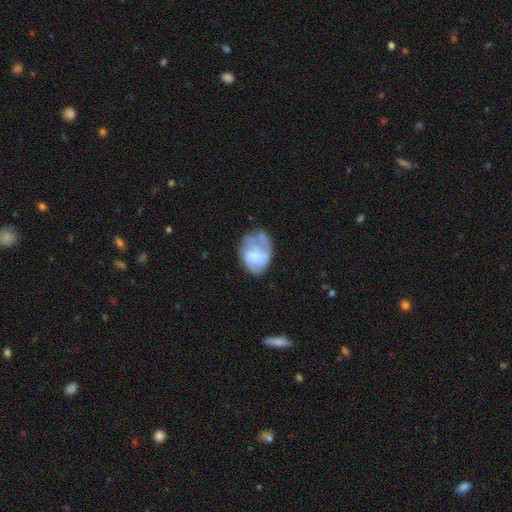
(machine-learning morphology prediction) A smooth galaxy with no disk features (46%, tied with featured or disk). Merging: none (38%).